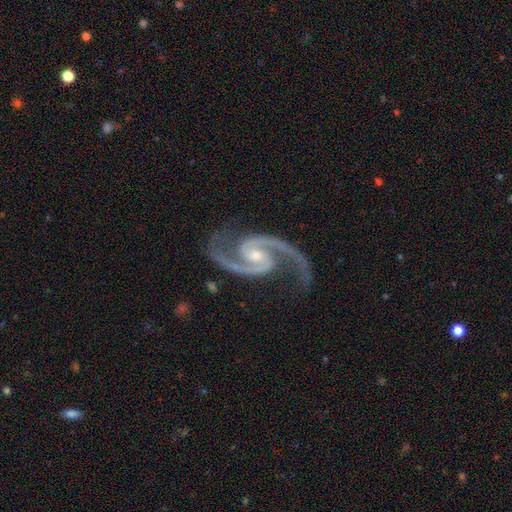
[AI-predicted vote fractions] Smooth or featured: featured or disk — 95% (star or artifact — 3%)
Edge-on disk: no — 98% (yes — 2%)
Bar: weak — 43% (no — 41%)
Spiral arms: yes — 99% (no — 1%)
Spiral winding: medium — 68% (tight — 16%)
Spiral arm count: 2 — 94% (3 — 1%)
Bulge size: moderate — 52% (small — 41%)
Merging: none — 79% (minor disturbance — 14%)